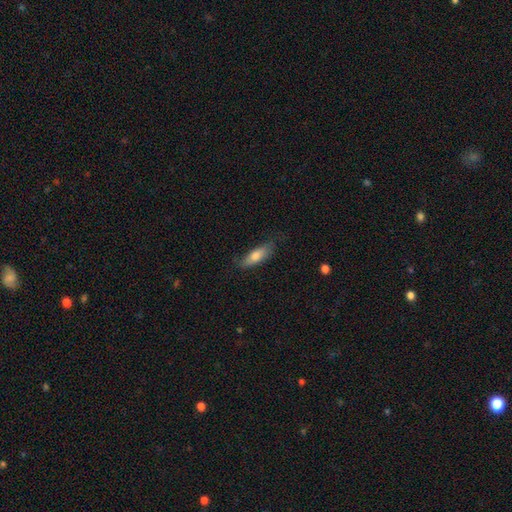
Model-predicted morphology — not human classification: Smooth or featured? smooth (71%)
How rounded? in between (53%)
Merging? none (69%)